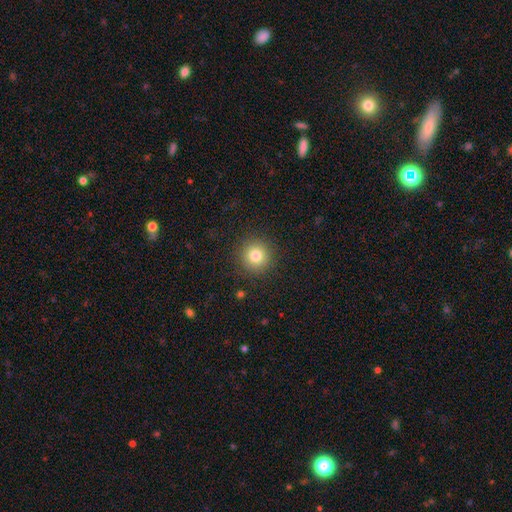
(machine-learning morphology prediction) This appears to be a smooth galaxy with no disk features (81%) that is round (94%). Merging: none (90%).